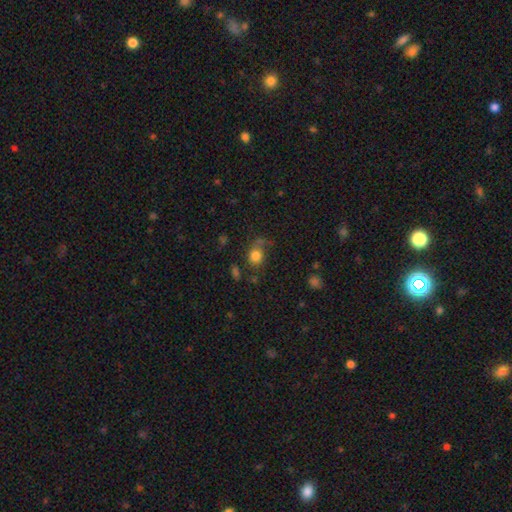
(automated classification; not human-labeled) Smooth or featured? smooth (80%)
How rounded? round (70%)
Merging? none (63%)